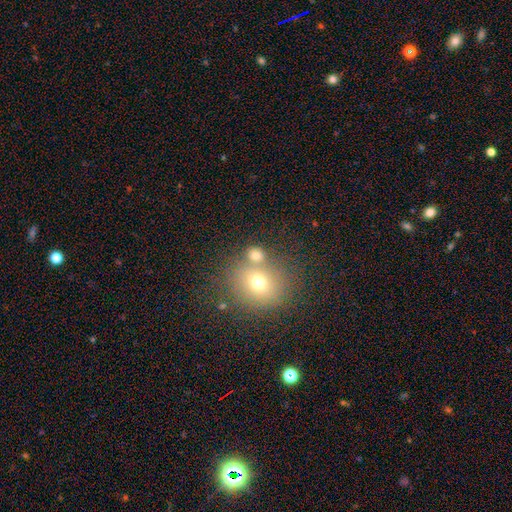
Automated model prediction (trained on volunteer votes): smooth 71%, star or artifact 15%, featured or disk 14%. Down the decision tree: how rounded — round (70%); merging — none (56%).